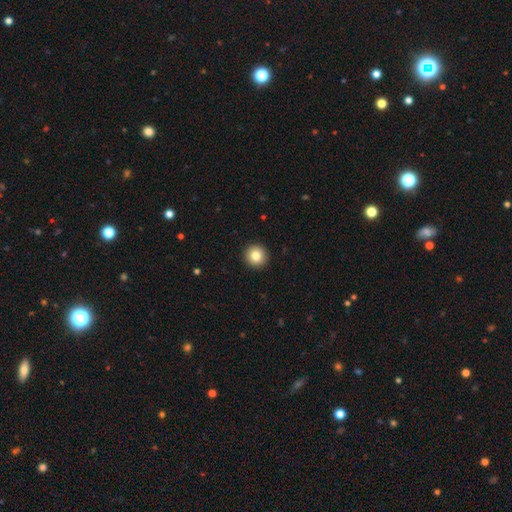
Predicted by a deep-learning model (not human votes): This appears to be a smooth galaxy with no disk features (82%) that is round (96%). Merging: none (94%).